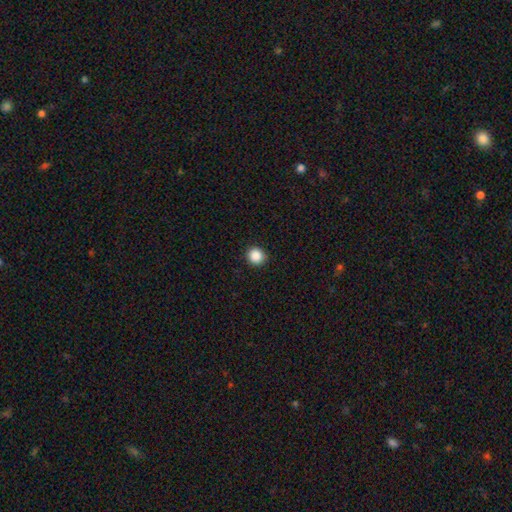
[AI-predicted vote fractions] Smooth or featured: smooth — 88% (star or artifact — 10%)
How rounded: round — 92% (in between — 7%)
Merging: none — 92% (minor disturbance — 6%)